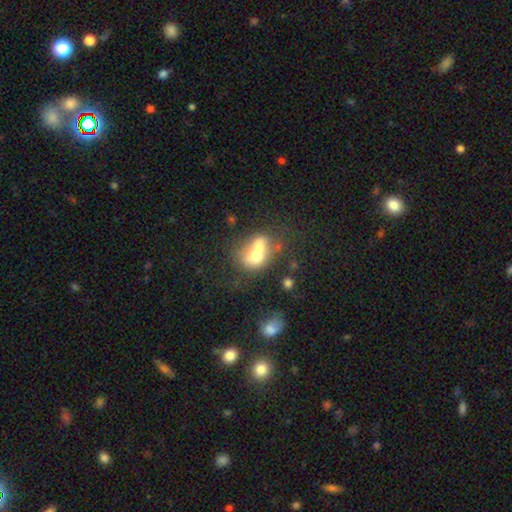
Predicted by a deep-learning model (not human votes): This appears to be a smooth galaxy with no disk features (59%) that is in between round and cigar-shaped (52%). Merging: merger (62%).